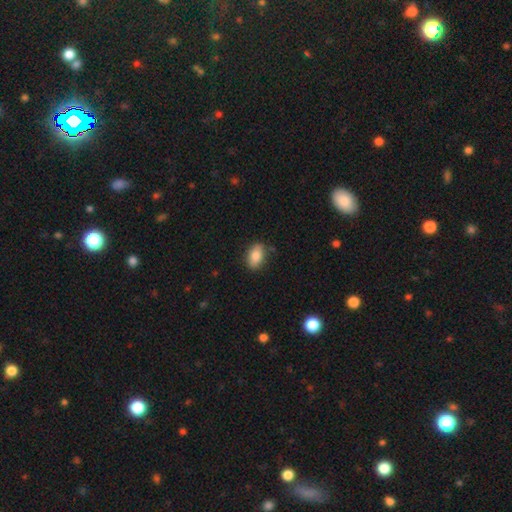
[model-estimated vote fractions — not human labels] Smooth or featured?
  - smooth: 84% *
  - featured or disk: 9%
  - star or artifact: 8%
How rounded?
  - in between: 87% *
  - round: 10%
  - cigar-shaped: 3%
Merging?
  - none: 80% *
  - minor disturbance: 15%
  - major disturbance: 3%
  - merger: 2%